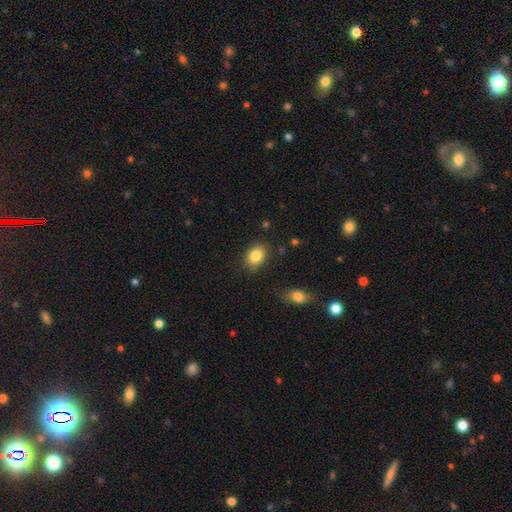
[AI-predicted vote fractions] This appears to be a smooth galaxy with no disk features (85%) that is in between round and cigar-shaped (68%). Merging: none (84%).